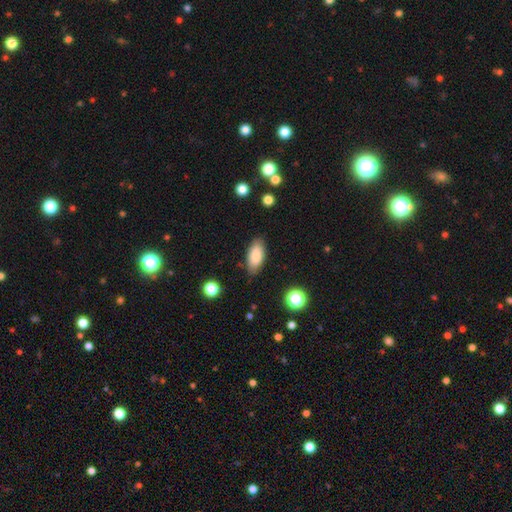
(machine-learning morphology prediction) Smooth or featured?
  - smooth: 83% *
  - featured or disk: 10%
  - star or artifact: 7%
How rounded?
  - in between: 89% *
  - cigar-shaped: 9%
  - round: 2%
Merging?
  - none: 82% *
  - minor disturbance: 14%
  - major disturbance: 3%
  - merger: 2%